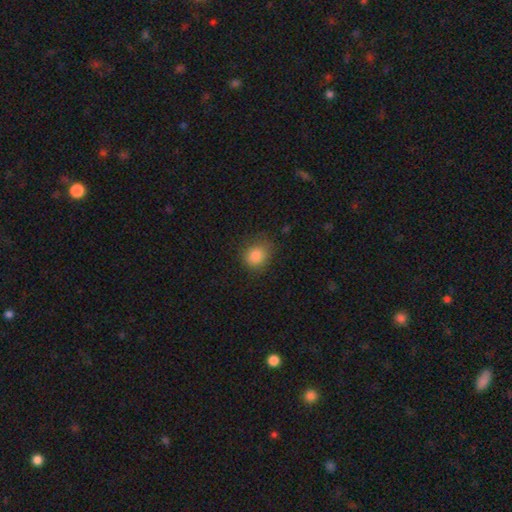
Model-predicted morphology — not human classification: Smooth or featured: smooth — 85% (star or artifact — 10%)
How rounded: round — 78% (in between — 21%)
Merging: none — 75% (minor disturbance — 18%)